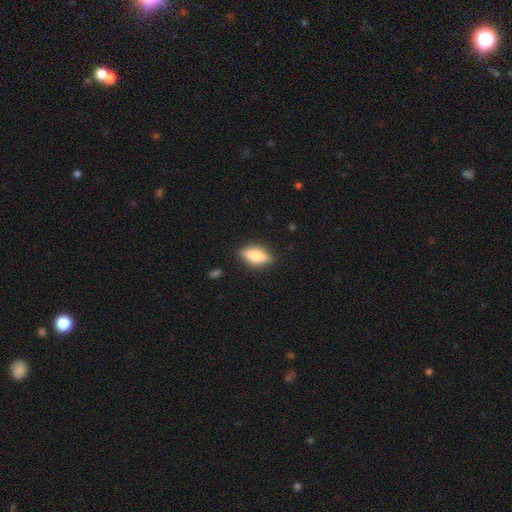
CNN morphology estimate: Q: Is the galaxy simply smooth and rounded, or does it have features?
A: smooth — 62%.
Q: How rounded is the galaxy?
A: in between — 74%.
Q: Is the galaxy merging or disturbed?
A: none — 86%.